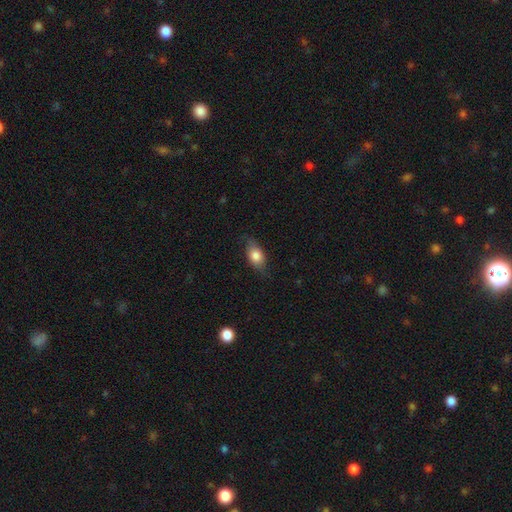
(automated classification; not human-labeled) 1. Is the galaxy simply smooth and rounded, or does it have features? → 75% smooth, 18% featured or disk, 7% star or artifact.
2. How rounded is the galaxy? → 83% in between, 10% round, 7% cigar-shaped.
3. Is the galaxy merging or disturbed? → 74% none, 20% minor disturbance, 5% major disturbance, 1% merger.